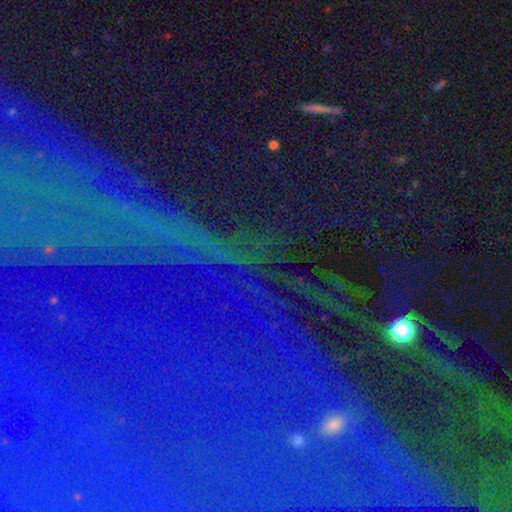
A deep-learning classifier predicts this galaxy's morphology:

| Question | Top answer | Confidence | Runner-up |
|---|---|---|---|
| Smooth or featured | star or artifact | 83% | featured or disk (9%) |